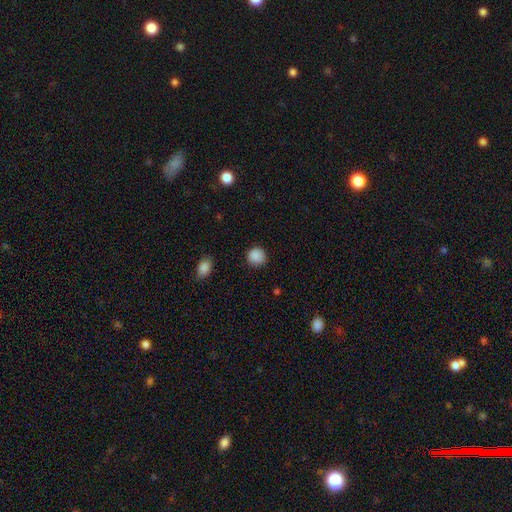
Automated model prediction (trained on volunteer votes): smooth_or_featured: smooth (p=0.88) [alt: star or artifact p=0.09]
how_rounded: round (p=0.87) [alt: in between p=0.12]
merging: none (p=0.85) [alt: minor disturbance p=0.11]